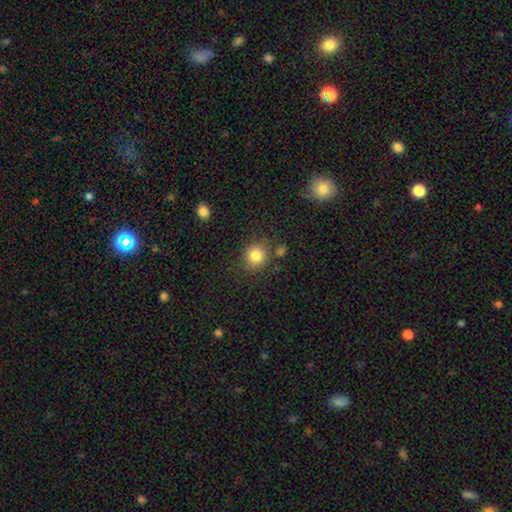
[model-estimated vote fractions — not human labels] A smooth galaxy with no disk features (84%) that is round (85%). Merging: none (80%).